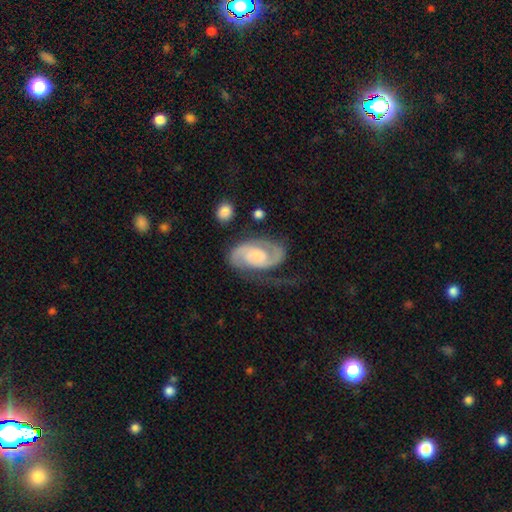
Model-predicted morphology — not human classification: Q: Smooth or featured?
A: featured or disk (87%); runner-up: smooth (8%)
Q: Edge-on disk?
A: no (97%); runner-up: yes (3%)
Q: Bar?
A: no (56%); runner-up: weak (35%)
Q: Spiral arms?
A: yes (97%); runner-up: no (3%)
Q: Spiral winding?
A: medium (44%); runner-up: tight (43%)
Q: Spiral arm count?
A: 2 (86%); runner-up: 1 (5%)
Q: Bulge size?
A: small (41%); runner-up: moderate (33%)
Q: Merging?
A: none (57%); runner-up: minor disturbance (20%)